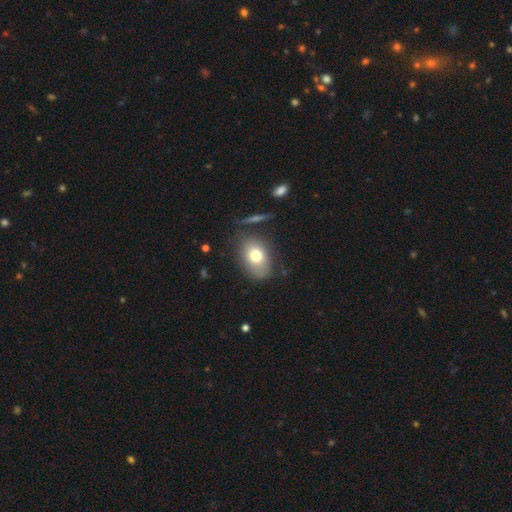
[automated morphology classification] Smooth or featured? Predicted: smooth (p=0.72). How rounded? Predicted: in between (p=0.77). Merging? Predicted: none (p=0.77).